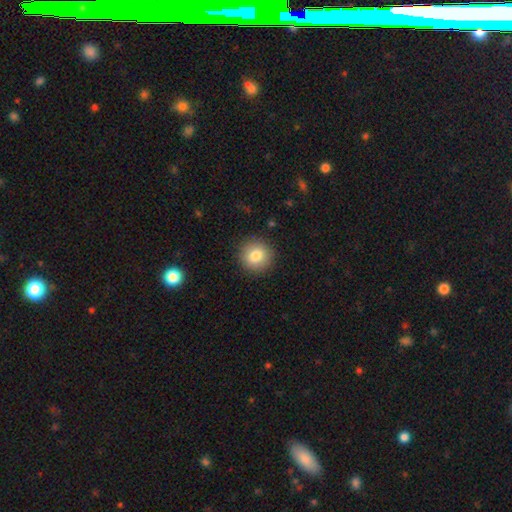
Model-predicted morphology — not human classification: Smooth or featured? smooth (82%)
How rounded? round (94%)
Merging? none (91%)